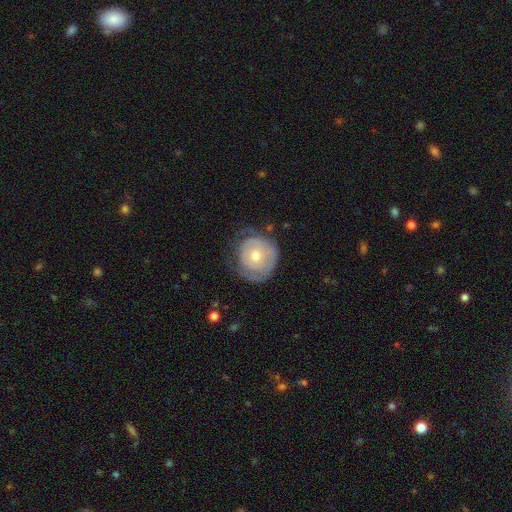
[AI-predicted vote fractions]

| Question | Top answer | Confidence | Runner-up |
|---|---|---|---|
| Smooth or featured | featured or disk | 61% | smooth (33%) |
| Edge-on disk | no | 97% | yes (3%) |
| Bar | no | 83% | weak (14%) |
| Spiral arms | yes | 68% | no (32%) |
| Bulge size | moderate | 55% | small (40%) |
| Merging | none | 61% | minor disturbance (24%) |